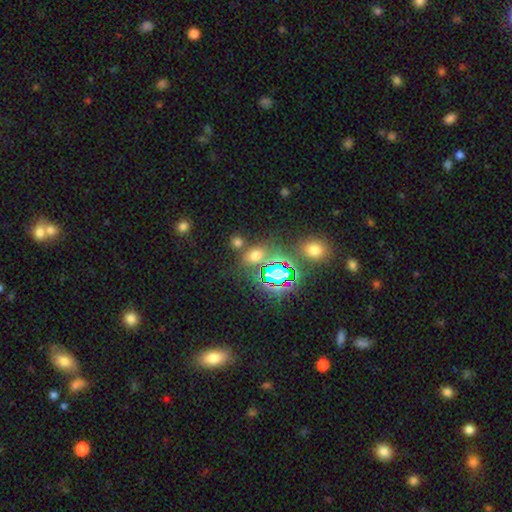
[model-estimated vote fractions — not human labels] Smooth or featured?
  - smooth: 51% *
  - star or artifact: 41%
  - featured or disk: 8%
How rounded?
  - round: 49% * (tied)
  - in between: 49% * (tied)
  - cigar-shaped: 2%
Merging?
  - none: 71% *
  - merger: 14%
  - minor disturbance: 10%
  - major disturbance: 5%